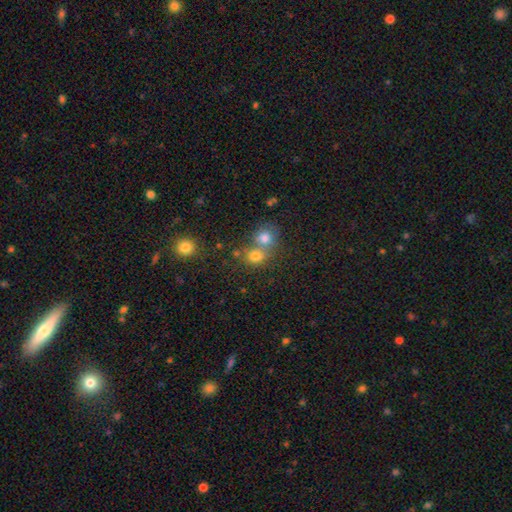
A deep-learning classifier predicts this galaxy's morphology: Smooth or featured? Predicted: smooth (p=0.74). How rounded? Predicted: round (p=0.77). Merging? Predicted: merger (p=0.51).